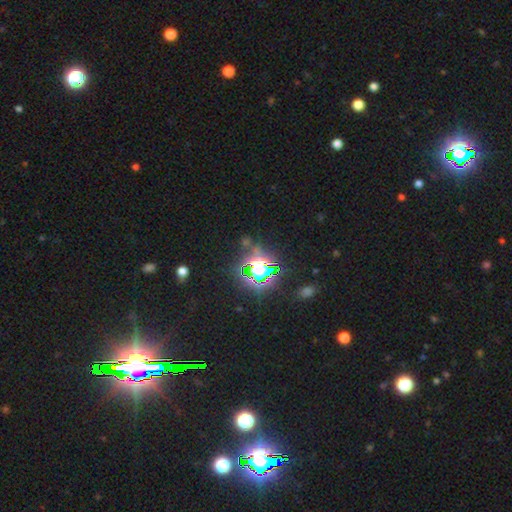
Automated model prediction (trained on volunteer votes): Smooth or featured? Predicted: star or artifact (p=0.76).